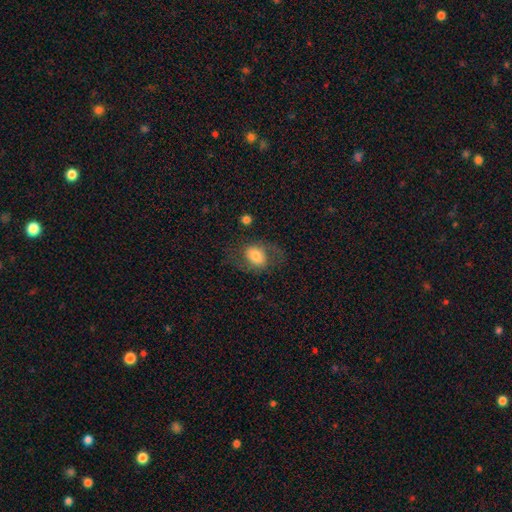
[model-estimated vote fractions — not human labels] This appears to be a smooth galaxy with no disk features (55%) that is in between round and cigar-shaped (66%). Merging: none (59%).